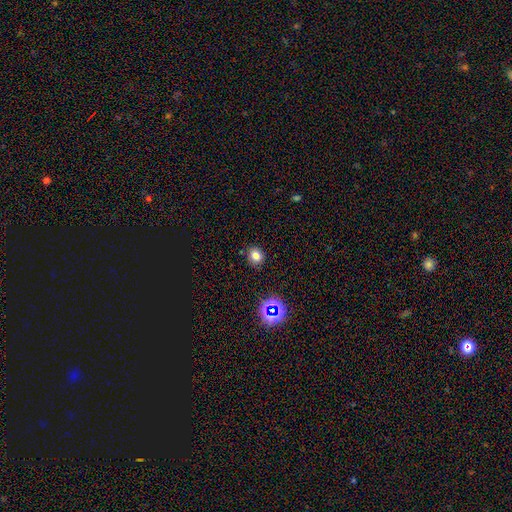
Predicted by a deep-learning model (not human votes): smooth-or-featured: smooth: 74% | star or artifact: 18% | featured or disk: 8%
  how-rounded: round: 78% | in between: 21% | cigar-shaped: 1%
  merging: none: 89% | minor disturbance: 7% | major disturbance: 2% | merger: 2%